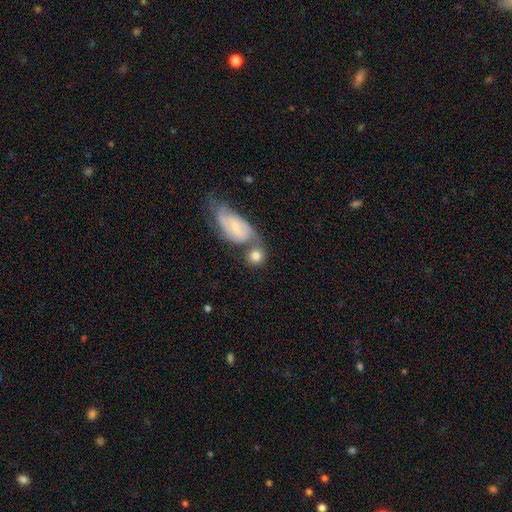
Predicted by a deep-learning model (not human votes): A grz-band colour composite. It shows a smooth galaxy with no disk features (71%) that is round (79%). Merging: none (42%, tied with merger).